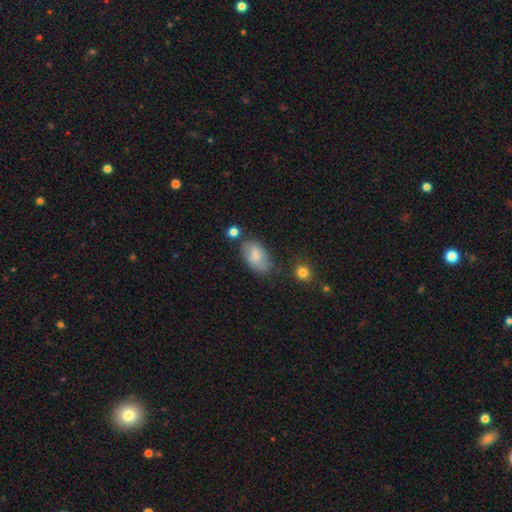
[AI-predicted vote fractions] Smooth or featured: smooth — 76% (featured or disk — 17%)
How rounded: in between — 93% (round — 5%)
Merging: none — 62% (minor disturbance — 24%)